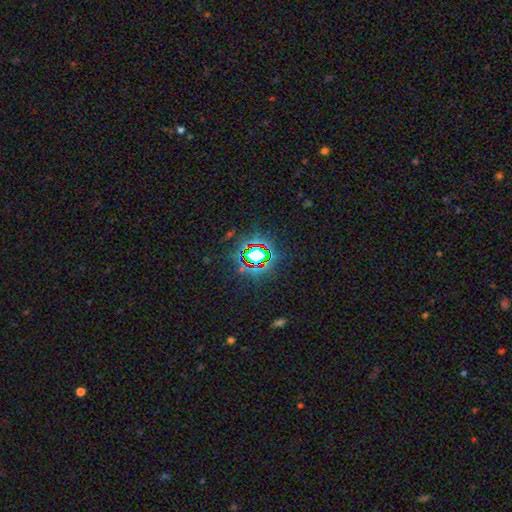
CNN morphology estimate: Smooth or featured: star or artifact — 74% (smooth — 15%)